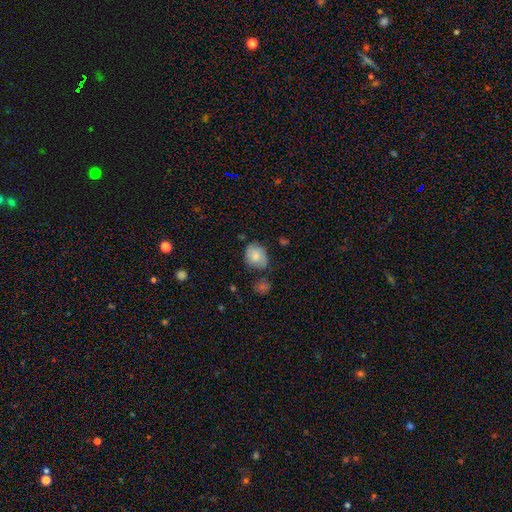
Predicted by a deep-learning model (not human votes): A smooth galaxy with no disk features (78%) that is in between round and cigar-shaped (50%). Merging: none (58%).